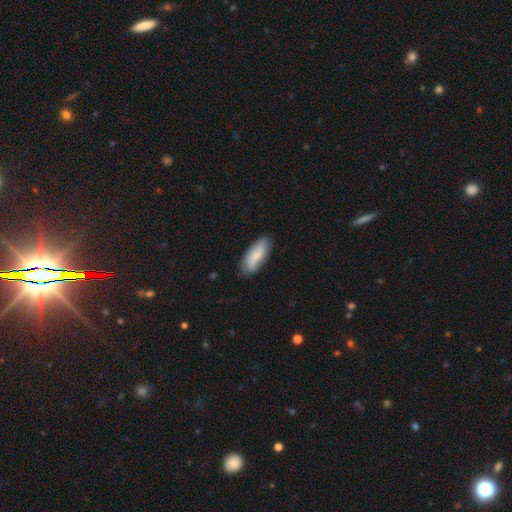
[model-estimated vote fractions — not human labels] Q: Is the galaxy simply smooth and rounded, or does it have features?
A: smooth — 76%.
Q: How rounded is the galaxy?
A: in between — 77%.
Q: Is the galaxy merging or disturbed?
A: none — 76%.